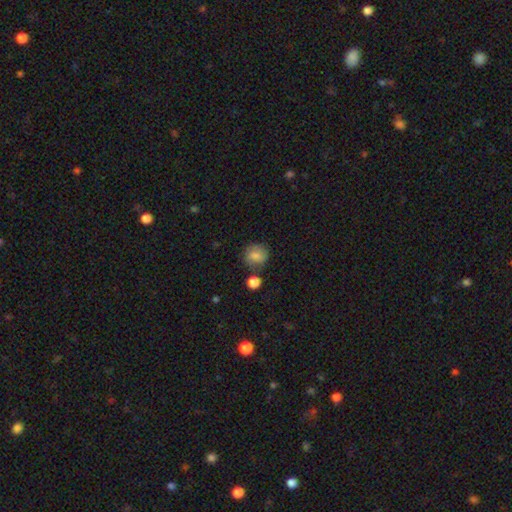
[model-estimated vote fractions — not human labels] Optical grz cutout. It shows a smooth galaxy with no disk features (84%) that is round (84%). Merging: none (73%).